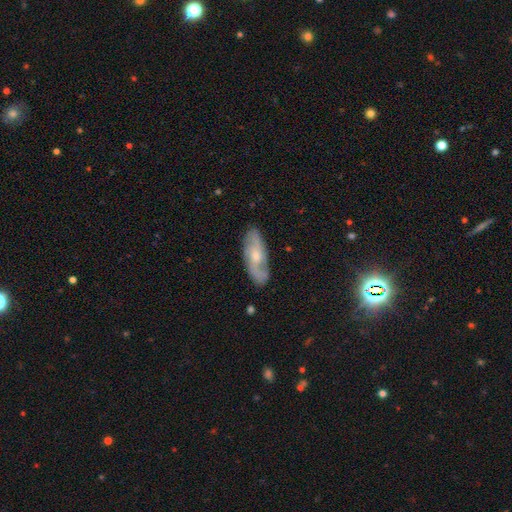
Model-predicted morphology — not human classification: This appears to be a featured or disk galaxy (65%) with no bar (65%), spiral arms (87%) and a moderate central bulge (51%). Merging: none (79%).